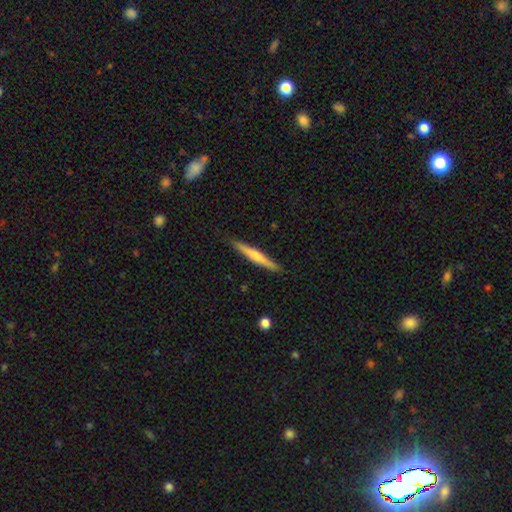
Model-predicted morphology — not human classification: Smooth or featured? Predicted: smooth (p=0.53). How rounded? Predicted: cigar-shaped (p=0.95). Merging? Predicted: none (p=0.90).